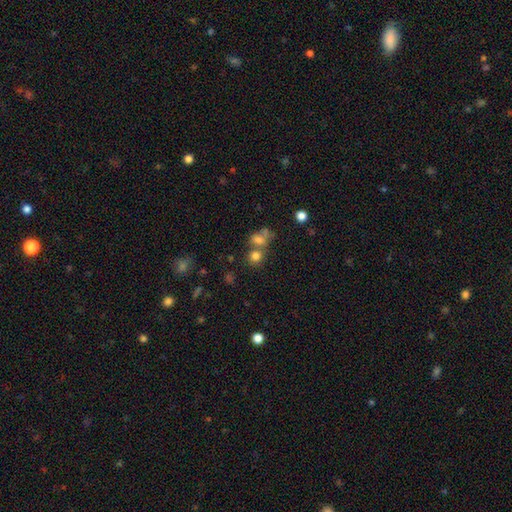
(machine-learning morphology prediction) smooth-or-featured: smooth: 75% | star or artifact: 15% | featured or disk: 10%
  how-rounded: round: 71% | in between: 28% | cigar-shaped: 1%
  merging: none: 45% | merger: 40% | minor disturbance: 9% | major disturbance: 5%